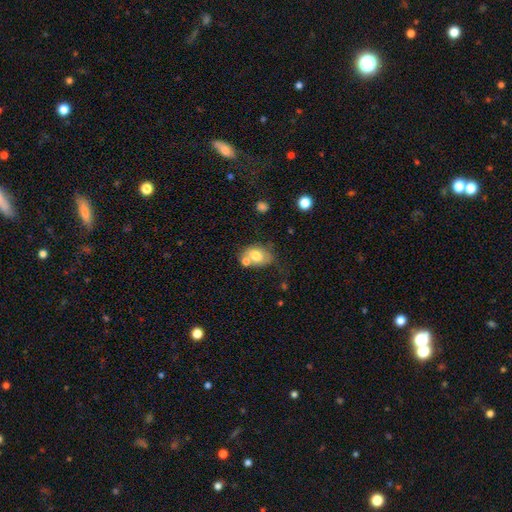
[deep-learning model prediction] Morphology: type=smooth (69%); roundness=in between (69%); merging=none (40%).